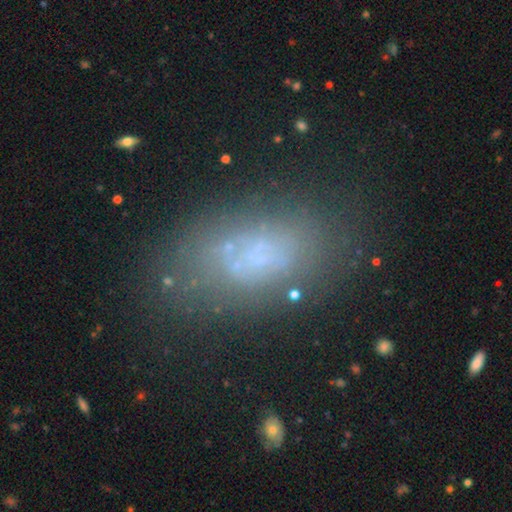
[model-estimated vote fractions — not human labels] Morphology: type=smooth (53%); roundness=in between (88%); merging=none (62%).